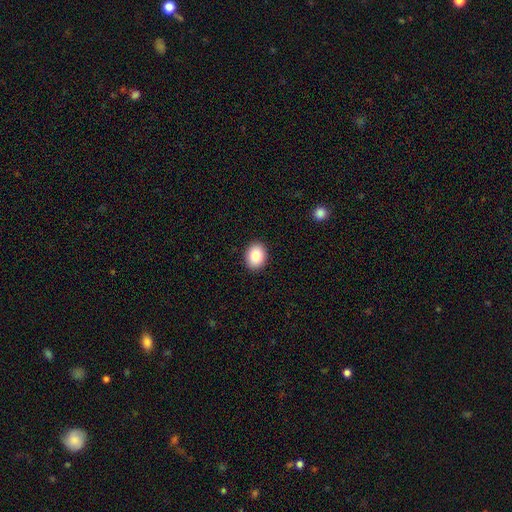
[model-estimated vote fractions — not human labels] Smooth or featured? Predicted: smooth (p=0.85). How rounded? Predicted: in between (p=0.50). Merging? Predicted: none (p=0.91).